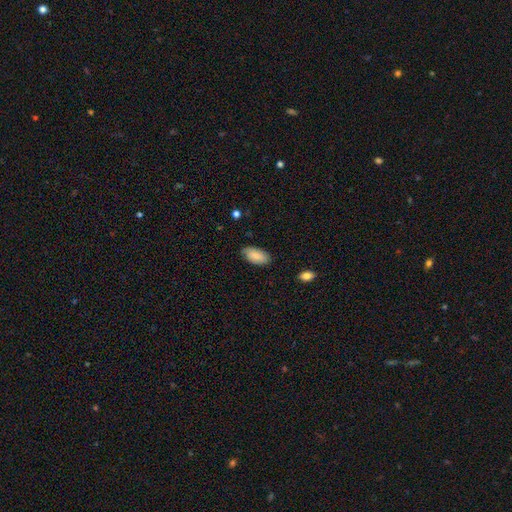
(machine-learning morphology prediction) Smooth or featured? Predicted: smooth (p=0.83). How rounded? Predicted: in between (p=0.94). Merging? Predicted: none (p=0.79).